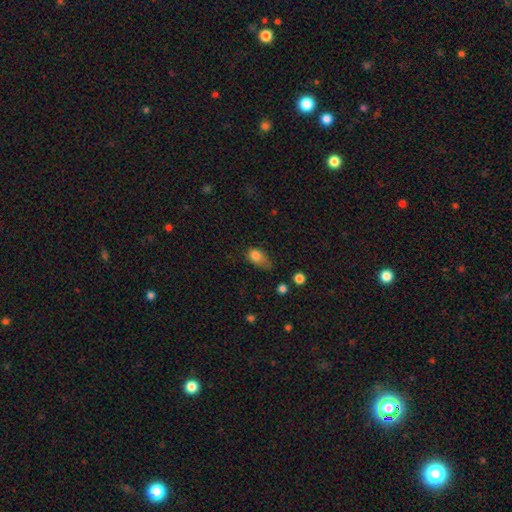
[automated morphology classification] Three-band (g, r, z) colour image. It shows a smooth galaxy with no disk features (81%) that is in between round and cigar-shaped (75%). Merging: minor disturbance (44%).